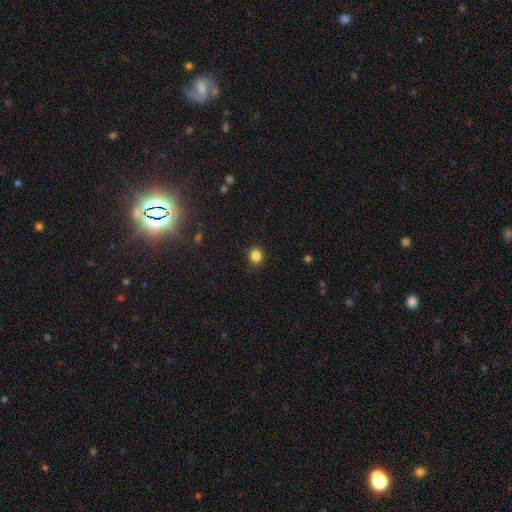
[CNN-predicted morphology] type=smooth (85%); roundness=round (72%); merging=none (86%).